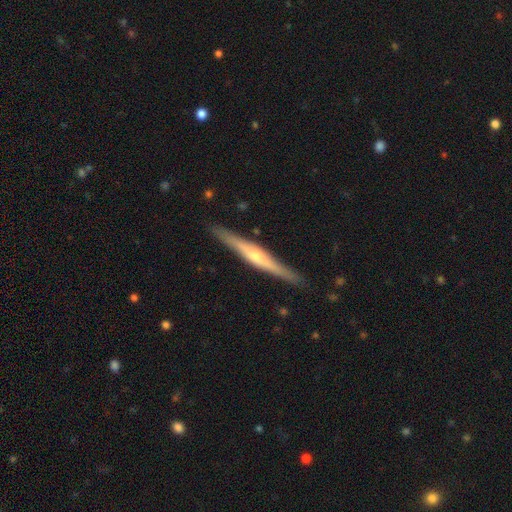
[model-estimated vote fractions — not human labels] Smooth or featured: featured or disk — 74% (smooth — 21%)
Edge-on disk: yes — 97% (no — 3%)
Edge-on bulge: rounded — 84% (none — 9%)
Merging: none — 89% (minor disturbance — 8%)